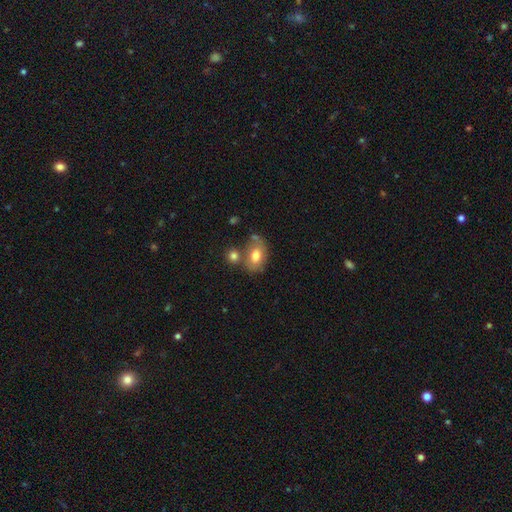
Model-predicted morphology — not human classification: A smooth galaxy with no disk features (74%) that is in between round and cigar-shaped (77%).

Vote fractions:
- Smooth or featured? smooth: 74% / featured or disk: 18% / star or artifact: 8%
- How rounded? in between: 77% / round: 22% / cigar-shaped: 1%
- Merging? none: 52% / merger: 24% / minor disturbance: 17% / major disturbance: 6%